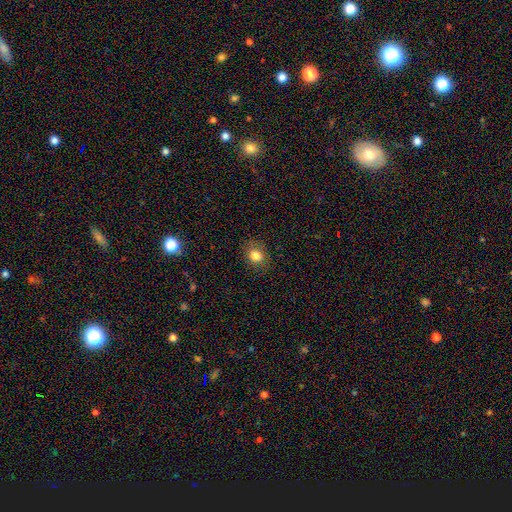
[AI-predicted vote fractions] Smooth or featured?
  - smooth: 82% *
  - star or artifact: 11%
  - featured or disk: 7%
How rounded?
  - round: 58% *
  - in between: 41%
  - cigar-shaped: 1%
Merging?
  - none: 85% *
  - minor disturbance: 11%
  - major disturbance: 3%
  - merger: 1%